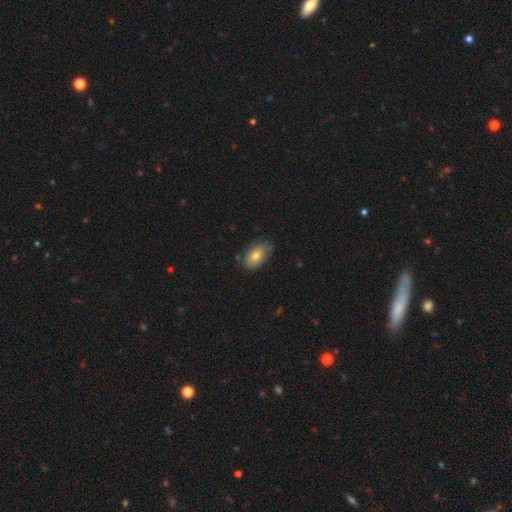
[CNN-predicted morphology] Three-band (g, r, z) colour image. It shows a smooth galaxy with no disk features (77%) that is in between round and cigar-shaped (91%). Merging: none (76%).